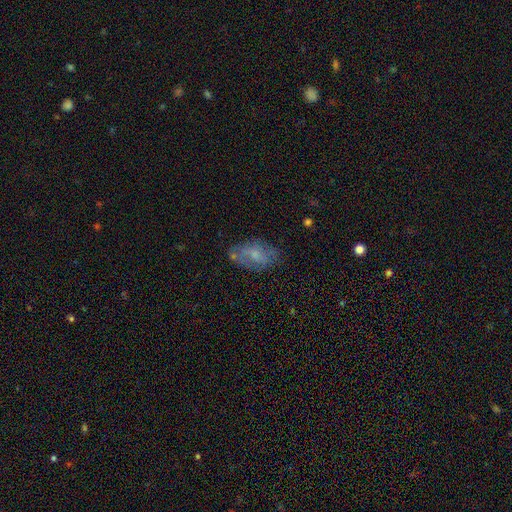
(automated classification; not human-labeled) This appears to be a smooth galaxy with no disk features (48%). Merging: none (63%).